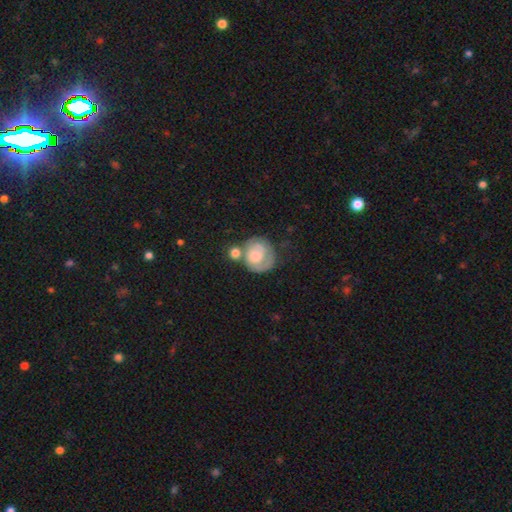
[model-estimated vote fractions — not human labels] A smooth galaxy with no disk features (48%). Merging: none (43%).